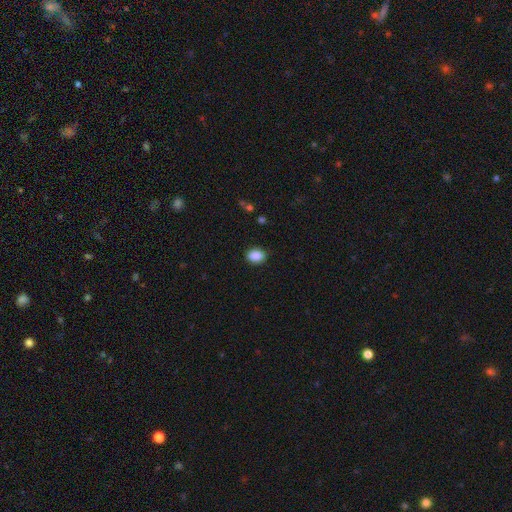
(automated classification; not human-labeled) This appears to be a smooth galaxy with no disk features (89%) that is in between round and cigar-shaped (69%). Merging: none (87%).